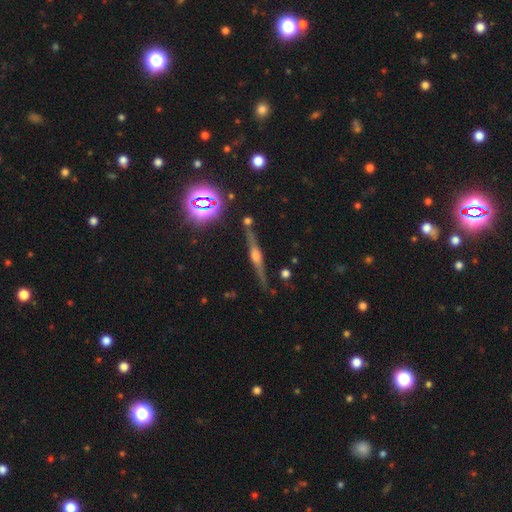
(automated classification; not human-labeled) smooth_or_featured: featured or disk (p=0.77) [alt: smooth p=0.13]
disk_edge_on: yes (p=0.97) [alt: no p=0.03]
edge_on_bulge: rounded (p=0.88) [alt: boxy p=0.09]
merging: none (p=0.83) [alt: minor disturbance p=0.11]